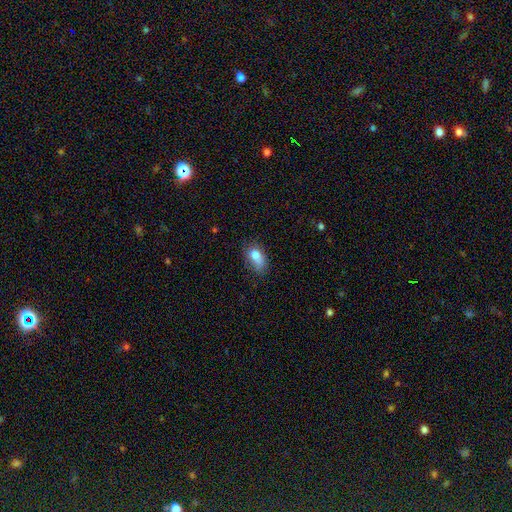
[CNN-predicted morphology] Overall: smooth (78%). How rounded: in between (88%). Merging: none (60%; minor disturbance 30%).